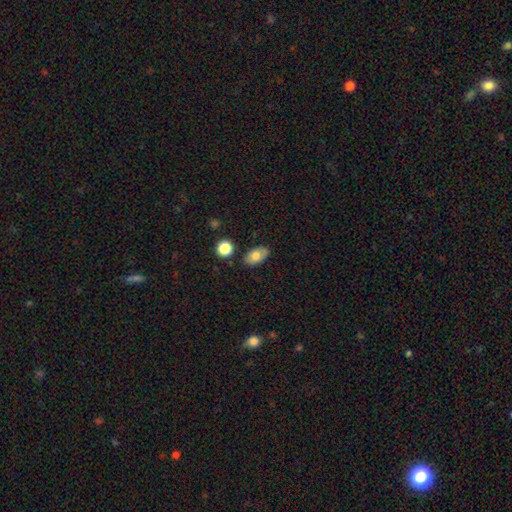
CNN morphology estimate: Smooth or featured?
  - smooth: 74% *
  - featured or disk: 18%
  - star or artifact: 8%
How rounded?
  - in between: 90% *
  - round: 8%
  - cigar-shaped: 2%
Merging?
  - none: 80% *
  - minor disturbance: 13%
  - merger: 4%
  - major disturbance: 3%